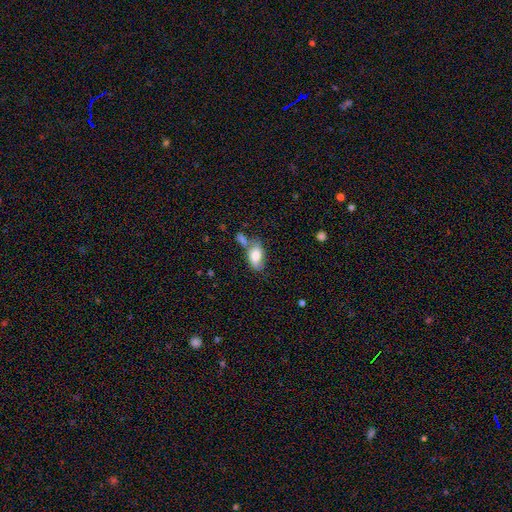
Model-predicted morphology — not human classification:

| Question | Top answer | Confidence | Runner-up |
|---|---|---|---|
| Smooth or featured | smooth | 66% | featured or disk (26%) |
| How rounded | in between | 90% | round (6%) |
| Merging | none | 39% | merger (28%) |